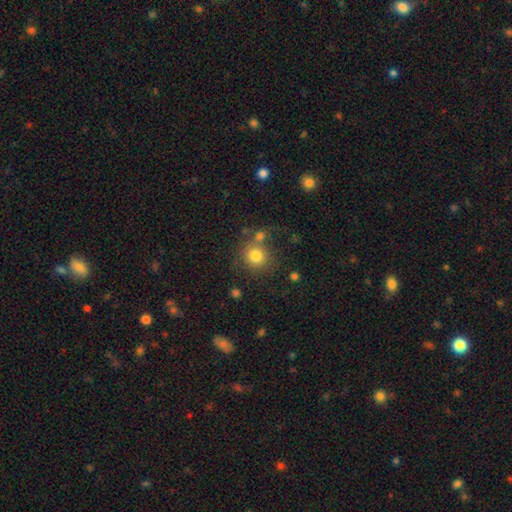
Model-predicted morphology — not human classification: Smooth or featured? Predicted: smooth (p=0.80). How rounded? Predicted: round (p=0.89). Merging? Predicted: none (p=0.66).